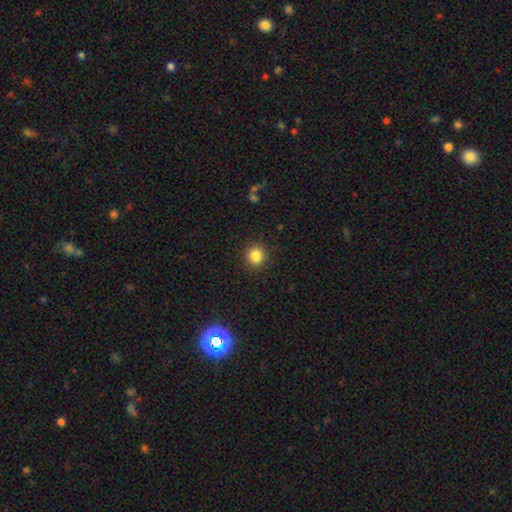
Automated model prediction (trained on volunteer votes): This is clearly a smooth galaxy (85%). How rounded: clearly round (91%). Merging: clearly none (91%).